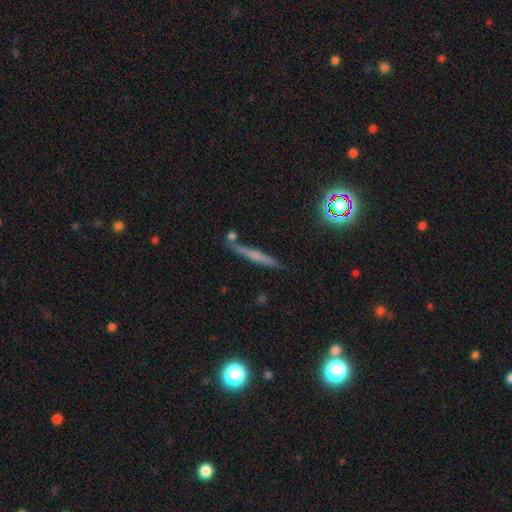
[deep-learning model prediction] featured or disk 43% (tied), smooth 43% (tied), star or artifact 13%. Down the decision tree: merging — none (80%).